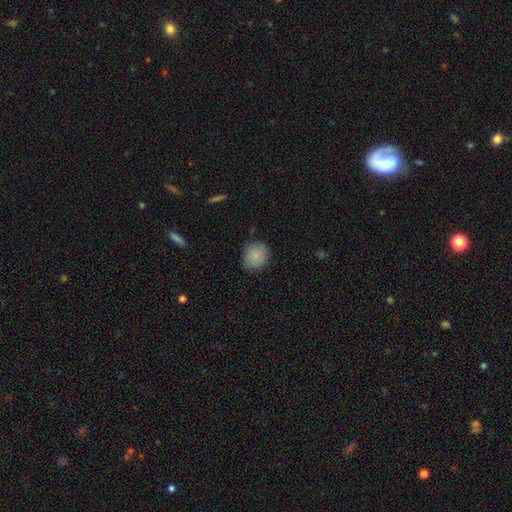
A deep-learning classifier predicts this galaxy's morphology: Smooth or featured?
  - smooth: 85% *
  - star or artifact: 8%
  - featured or disk: 7%
How rounded?
  - round: 80% *
  - in between: 19%
  - cigar-shaped: 1%
Merging?
  - none: 84% *
  - minor disturbance: 13%
  - major disturbance: 3%
  - merger: 1%